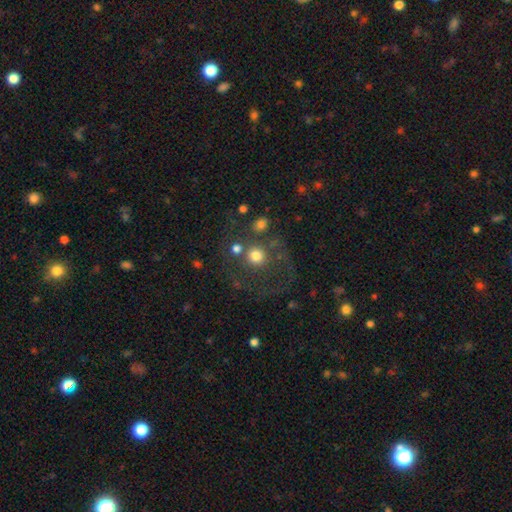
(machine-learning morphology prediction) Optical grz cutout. It shows a smooth galaxy with no disk features (67%) that is round (90%). Merging: none (55%).